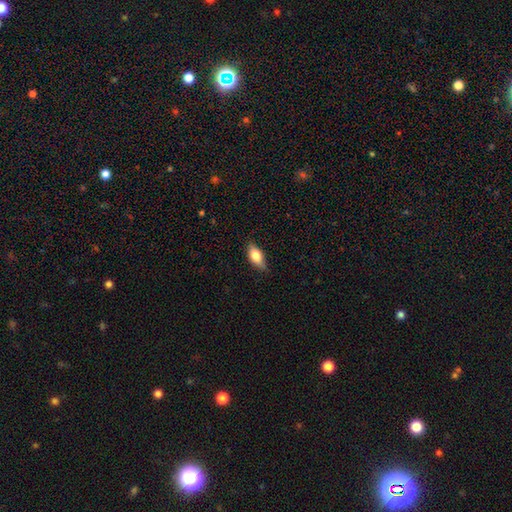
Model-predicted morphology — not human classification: A smooth galaxy with no disk features (76%) that is in between round and cigar-shaped (84%).

Vote fractions:
- Smooth or featured? smooth: 76% / featured or disk: 17% / star or artifact: 7%
- How rounded? in between: 84% / cigar-shaped: 13% / round: 4%
- Merging? none: 78% / minor disturbance: 18% / major disturbance: 3% / merger: 1%